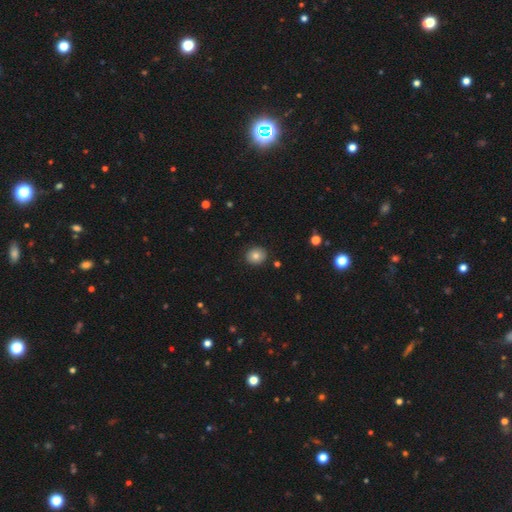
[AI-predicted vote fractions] Overall: smooth (79%). How rounded: round (78%). Merging: none (89%).